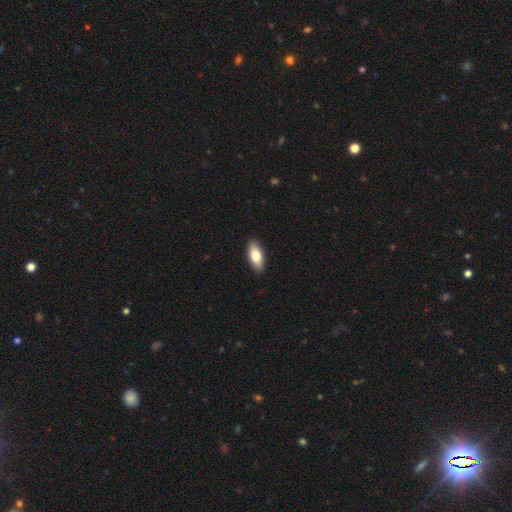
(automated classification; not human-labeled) Smooth or featured? Predicted: smooth (p=0.79). How rounded? Predicted: in between (p=0.83). Merging? Predicted: none (p=0.89).